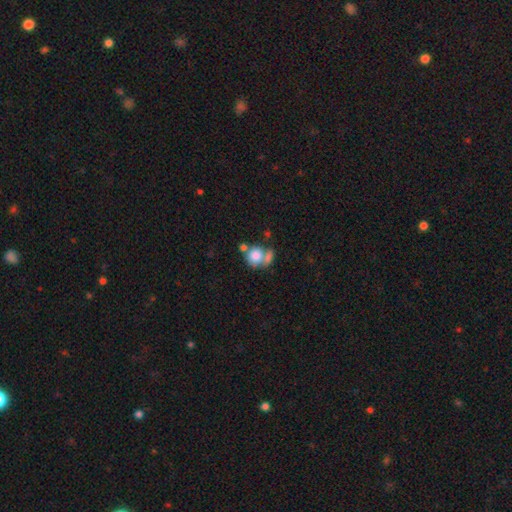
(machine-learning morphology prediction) Q: Smooth or featured?
A: smooth (78%); runner-up: featured or disk (13%)
Q: How rounded?
A: round (77%); runner-up: in between (22%)
Q: Merging?
A: merger (45%); runner-up: none (34%)